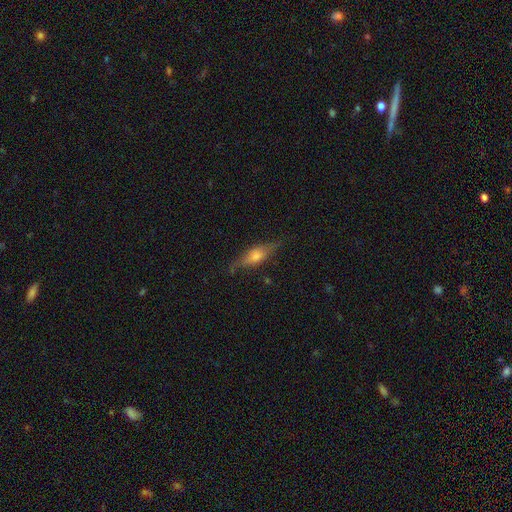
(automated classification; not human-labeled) smooth-or-featured: featured or disk: 57% | smooth: 35% | star or artifact: 7%
  disk-edge-on: yes: 87% | no: 13%
  merging: none: 76% | minor disturbance: 17% | major disturbance: 5% | merger: 1%